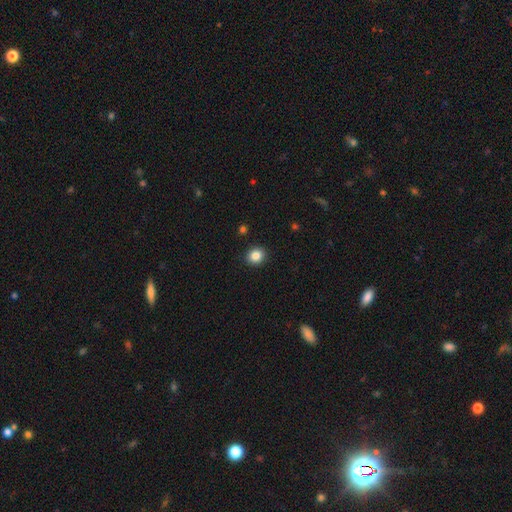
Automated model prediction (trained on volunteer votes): Smooth or featured: smooth — 85% (star or artifact — 10%)
How rounded: round — 82% (in between — 17%)
Merging: none — 92% (minor disturbance — 5%)